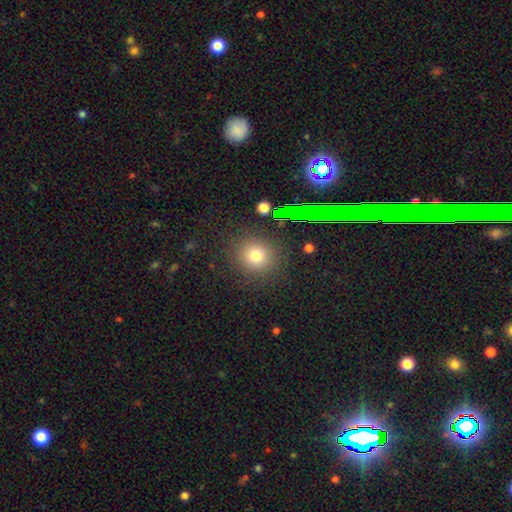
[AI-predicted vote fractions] smooth 74%, star or artifact 17%, featured or disk 8%. Down the decision tree: how rounded — round (86%); merging — none (85%).